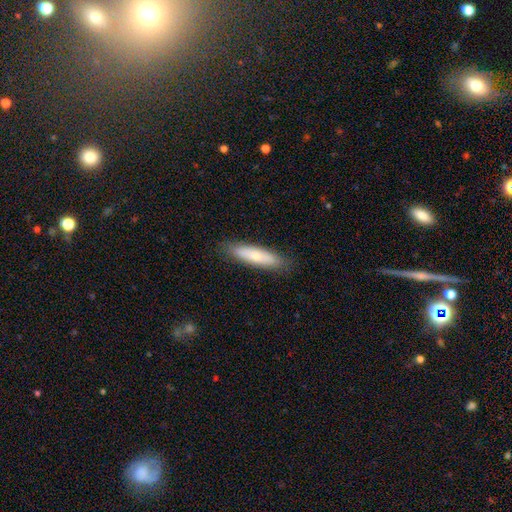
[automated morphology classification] A smooth galaxy with no disk features (65%) that is cigar-shaped (73%).

Vote fractions:
- Smooth or featured? smooth: 65% / featured or disk: 29% / star or artifact: 6%
- How rounded? cigar-shaped: 73% / in between: 25% / round: 2%
- Merging? none: 88% / minor disturbance: 9% / major disturbance: 2% / merger: 1%